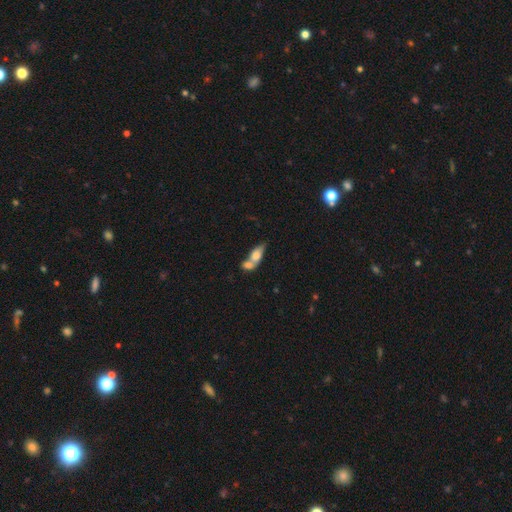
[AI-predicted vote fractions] This is likely a smooth galaxy (66%). How rounded: likely in between (74%). Merging: likely merger (69%).